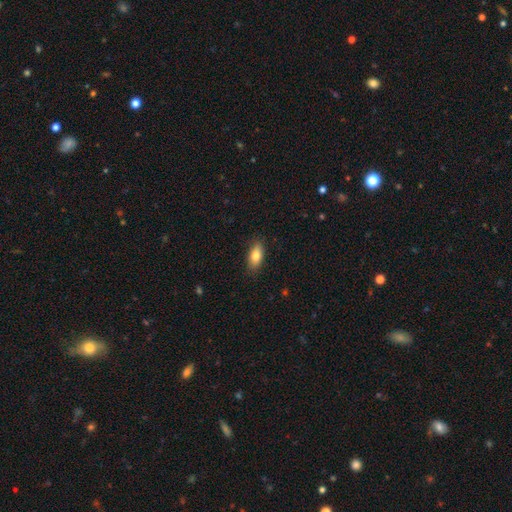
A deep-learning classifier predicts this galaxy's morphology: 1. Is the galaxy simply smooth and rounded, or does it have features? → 79% smooth, 14% featured or disk, 7% star or artifact.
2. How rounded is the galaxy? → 85% in between, 10% cigar-shaped, 4% round.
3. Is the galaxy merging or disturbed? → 84% none, 13% minor disturbance, 2% major disturbance, 1% merger.